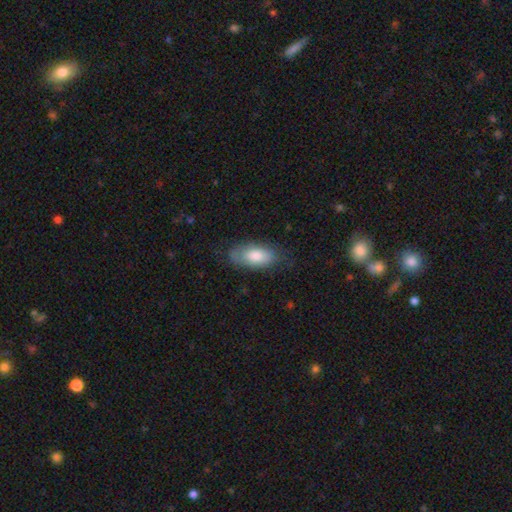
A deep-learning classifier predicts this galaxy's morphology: A smooth galaxy with no disk features (75%) that is in between round and cigar-shaped (91%). Merging: none (68%).